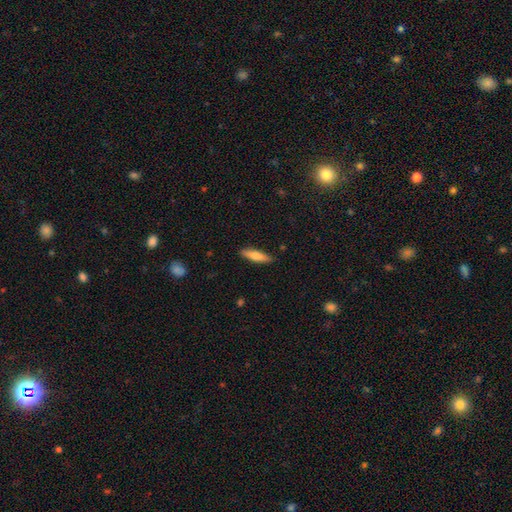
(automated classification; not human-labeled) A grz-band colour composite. It shows a smooth galaxy with no disk features (73%) that is cigar-shaped (72%). Merging: none (88%).